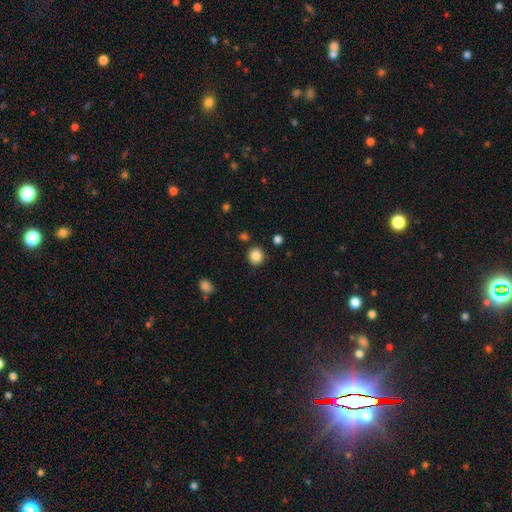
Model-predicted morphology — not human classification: A smooth galaxy with no disk features (86%) that is round (90%).

Vote fractions:
- Smooth or featured? smooth: 86% / star or artifact: 10% / featured or disk: 4%
- How rounded? round: 90% / in between: 9% / cigar-shaped: 1%
- Merging? none: 88% / minor disturbance: 7% / merger: 3% / major disturbance: 2%